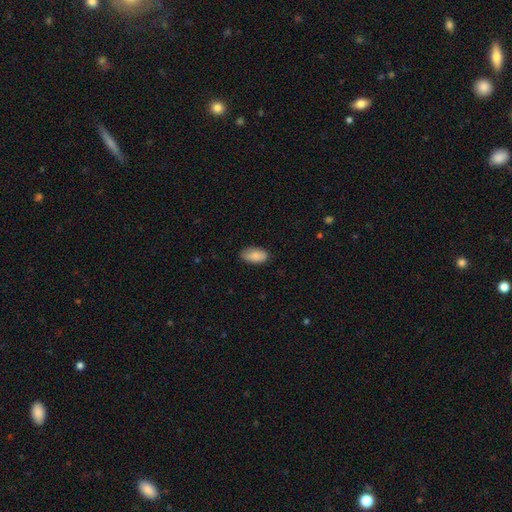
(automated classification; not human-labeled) Morphology: type=smooth (87%); roundness=in between (94%); merging=none (82%).